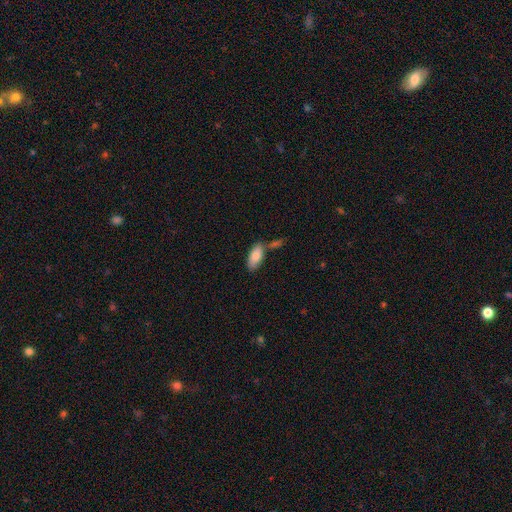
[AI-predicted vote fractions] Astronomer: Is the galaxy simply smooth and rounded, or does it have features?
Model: smooth — 82%.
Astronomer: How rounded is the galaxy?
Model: in between — 88%.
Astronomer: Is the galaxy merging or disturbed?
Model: none — 67%.